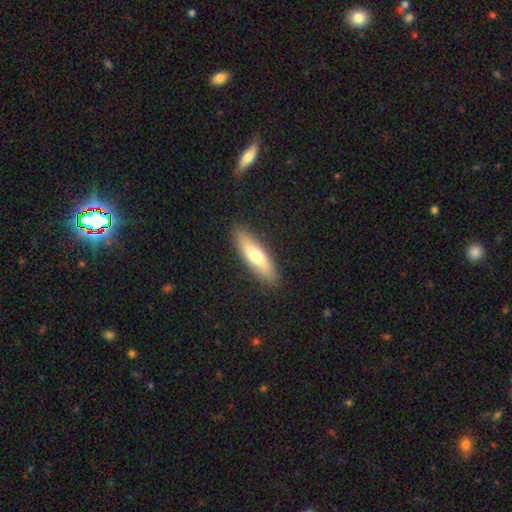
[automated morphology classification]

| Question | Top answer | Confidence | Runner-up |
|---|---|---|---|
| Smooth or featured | smooth | 64% | featured or disk (31%) |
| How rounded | cigar-shaped | 58% | in between (40%) |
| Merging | none | 88% | minor disturbance (9%) |